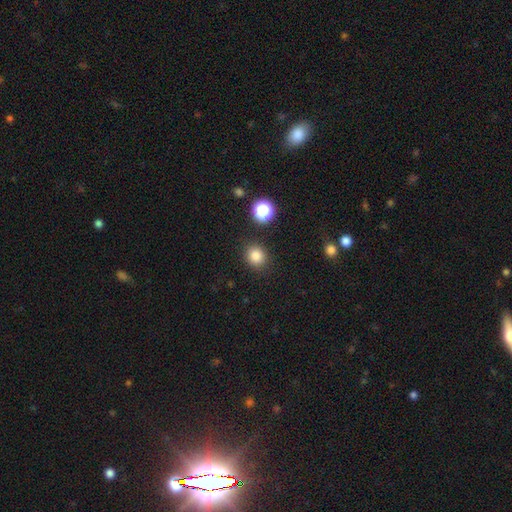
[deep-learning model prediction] This appears to be a smooth galaxy with no disk features (82%) that is round (86%). Merging: none (88%).